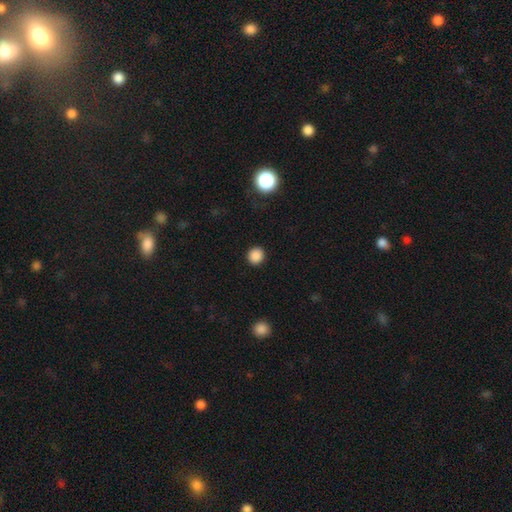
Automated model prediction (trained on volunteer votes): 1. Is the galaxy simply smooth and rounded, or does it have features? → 87% smooth, 10% star or artifact, 2% featured or disk.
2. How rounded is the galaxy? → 86% round, 13% in between, 1% cigar-shaped.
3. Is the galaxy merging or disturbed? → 91% none, 5% minor disturbance, 2% major disturbance, 1% merger.